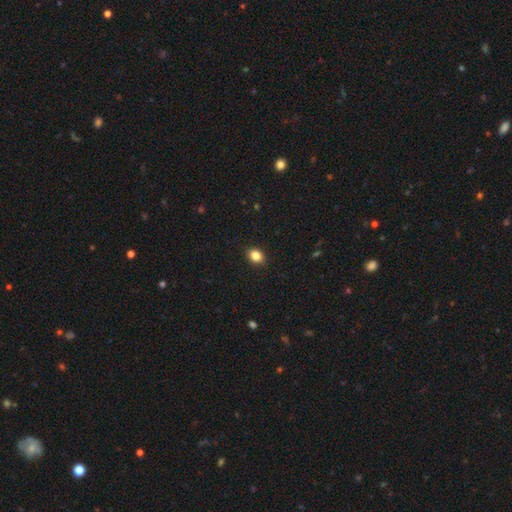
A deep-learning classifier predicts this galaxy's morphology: smooth-or-featured: smooth: 85% | star or artifact: 10% | featured or disk: 5%
  how-rounded: in between: 57% | round: 42% | cigar-shaped: 1%
  merging: none: 90% | minor disturbance: 7% | major disturbance: 2% | merger: 1%